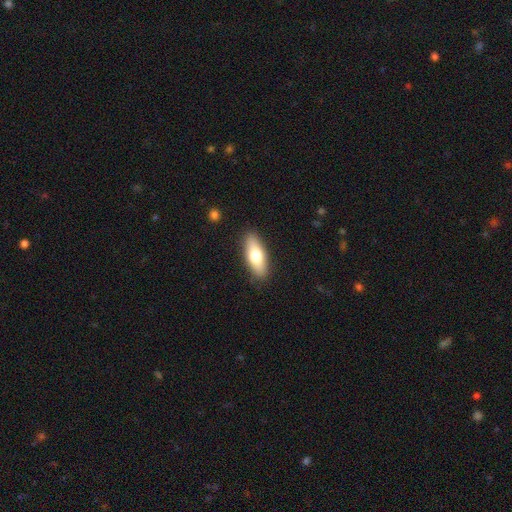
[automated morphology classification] A smooth galaxy with no disk features (68%) that is in between round and cigar-shaped (70%).

Vote fractions:
- Smooth or featured? smooth: 68% / featured or disk: 26% / star or artifact: 6%
- How rounded? in between: 70% / cigar-shaped: 27% / round: 3%
- Merging? none: 88% / minor disturbance: 9% / major disturbance: 2% / merger: 1%